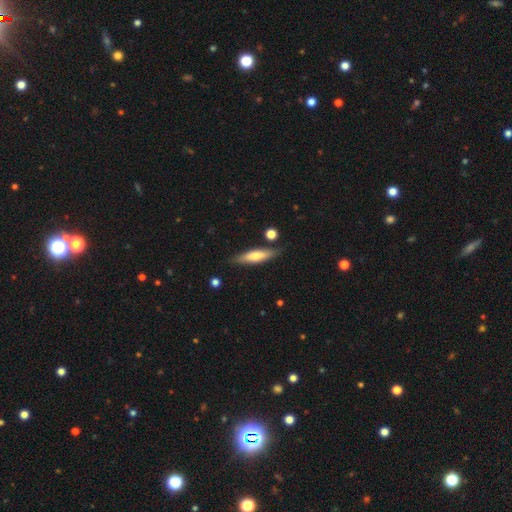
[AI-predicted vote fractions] Smooth or featured? smooth (61%)
How rounded? cigar-shaped (74%)
Merging? none (83%)